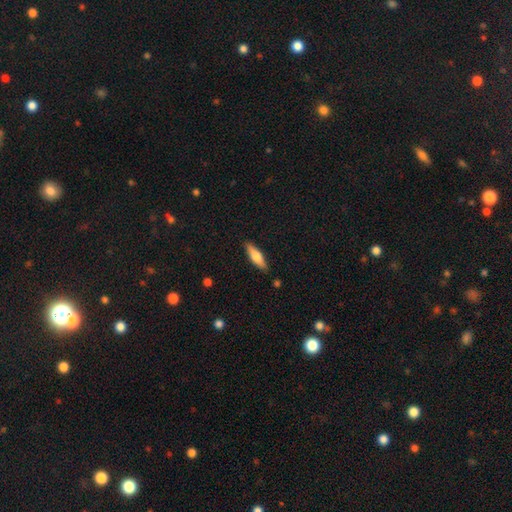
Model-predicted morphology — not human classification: type=smooth (63%); roundness=cigar-shaped (64%); merging=none (87%).